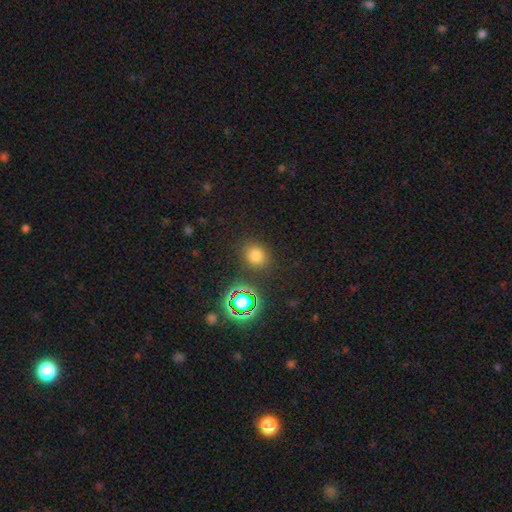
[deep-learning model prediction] This appears to be a smooth galaxy with no disk features (72%) that is round (70%). Merging: none (84%).